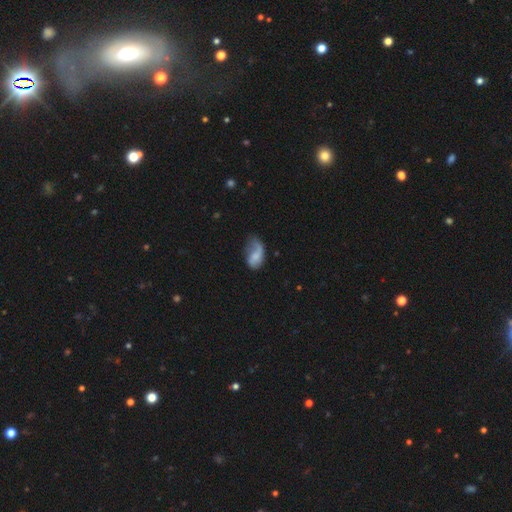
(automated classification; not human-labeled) smooth-or-featured: smooth: 53% | featured or disk: 39% | star or artifact: 8%
  how-rounded: in between: 90% | round: 8% | cigar-shaped: 2%
  merging: major disturbance: 36% | minor disturbance: 32% | none: 29% | merger: 4%